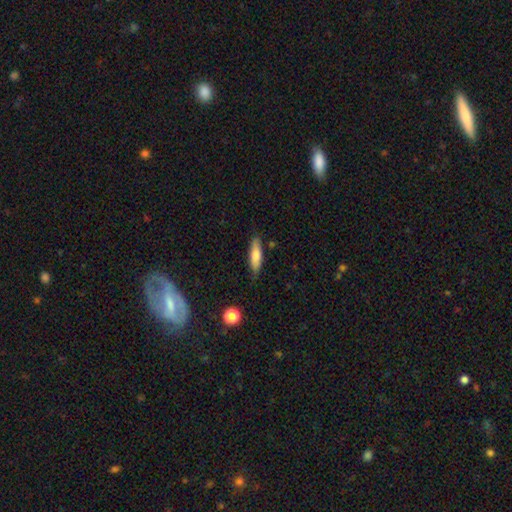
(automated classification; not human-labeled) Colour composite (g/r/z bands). It shows a smooth galaxy with no disk features (78%) that is cigar-shaped (61%). Merging: none (78%).